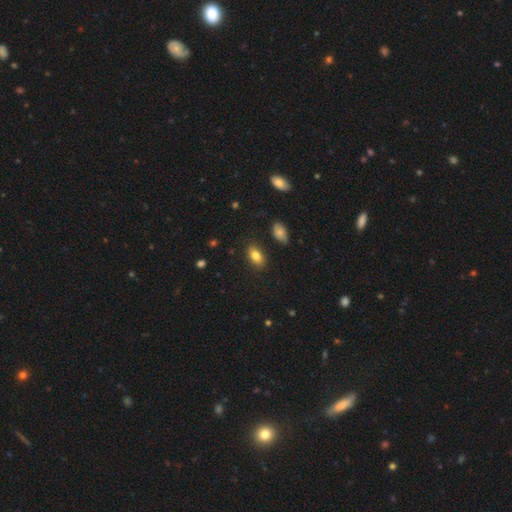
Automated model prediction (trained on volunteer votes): Smooth or featured: smooth — 81% (featured or disk — 10%)
How rounded: in between — 90% (round — 7%)
Merging: none — 85% (minor disturbance — 10%)